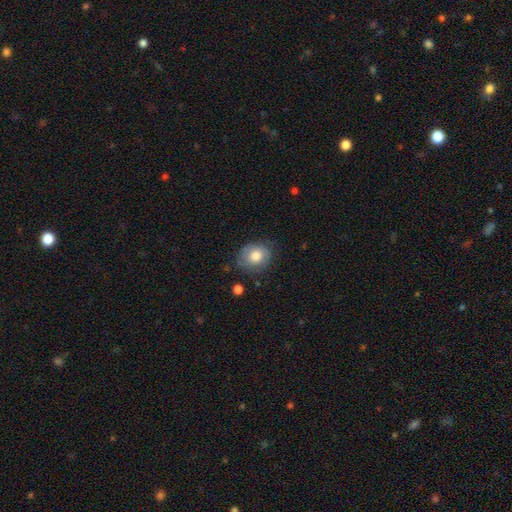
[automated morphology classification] This appears to be a smooth galaxy with no disk features (69%) that is round (54%). Merging: none (70%).